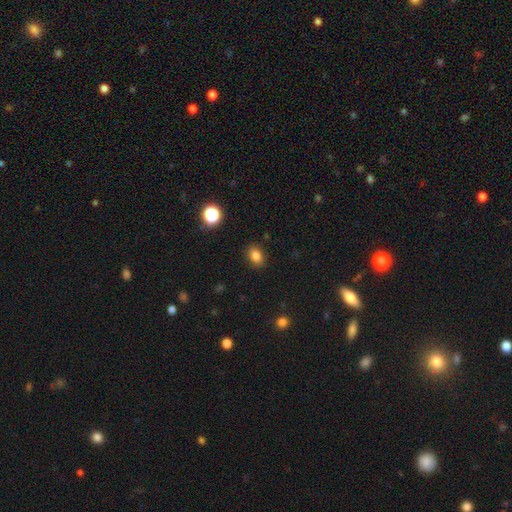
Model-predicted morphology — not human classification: smooth-or-featured: smooth: 82% | star or artifact: 13% | featured or disk: 5%
  how-rounded: in between: 67% | round: 32% | cigar-shaped: 1%
  merging: none: 87% | minor disturbance: 9% | major disturbance: 2% | merger: 1%